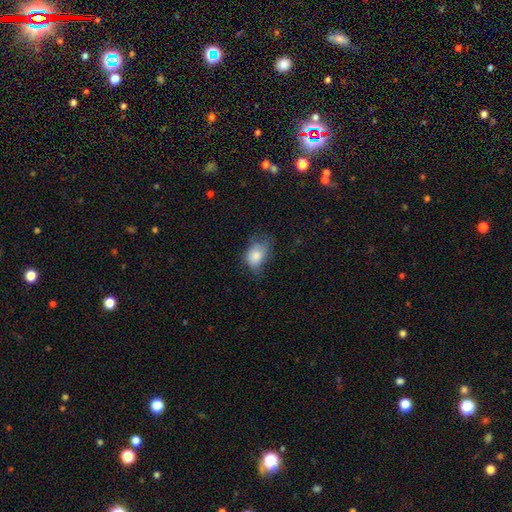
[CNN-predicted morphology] smooth_or_featured: smooth (p=0.80) [alt: featured or disk p=0.11]
how_rounded: in between (p=0.81) [alt: round p=0.18]
merging: none (p=0.42) [alt: minor disturbance p=0.37]